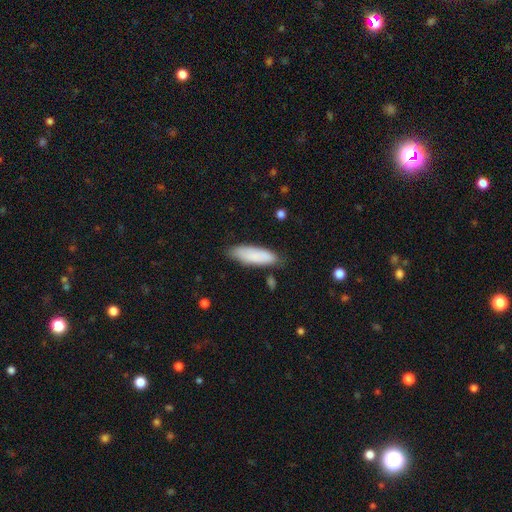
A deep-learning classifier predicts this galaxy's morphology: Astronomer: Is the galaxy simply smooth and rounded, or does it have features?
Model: smooth — 84%.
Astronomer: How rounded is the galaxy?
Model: in between — 53% (runner-up: cigar-shaped, 45%).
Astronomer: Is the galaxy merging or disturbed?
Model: none — 78%.